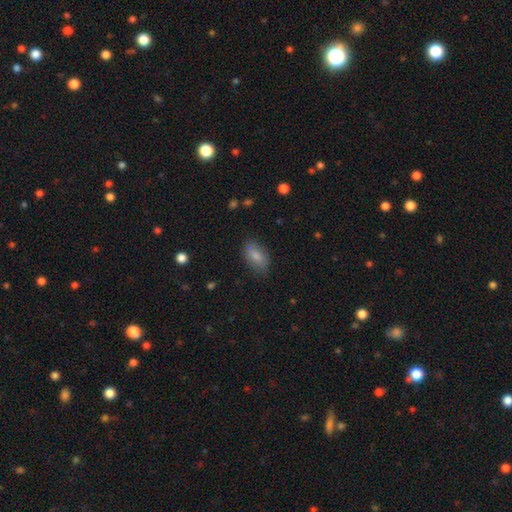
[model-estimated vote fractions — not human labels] The model was most divided on "merging": none: 78%, minor disturbance: 17%, major disturbance: 4%, merger: 1%. More confident: how rounded — in between (88%); smooth or featured — smooth (81%).